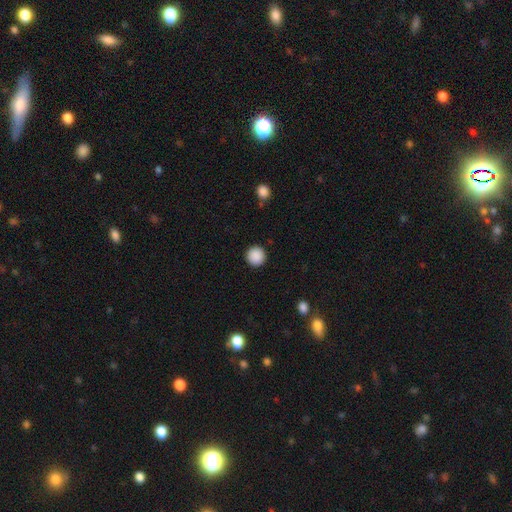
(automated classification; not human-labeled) Smooth or featured: smooth — 89% (star or artifact — 8%)
How rounded: round — 96% (in between — 3%)
Merging: none — 92% (minor disturbance — 5%)